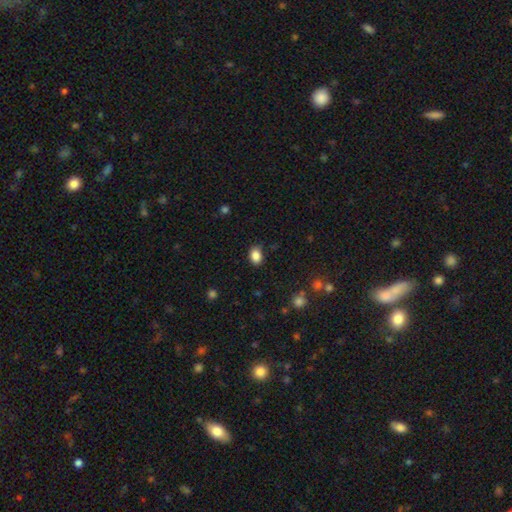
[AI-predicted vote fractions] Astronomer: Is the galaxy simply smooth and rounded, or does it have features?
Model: smooth — 86%.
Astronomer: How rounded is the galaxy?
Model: in between — 71%.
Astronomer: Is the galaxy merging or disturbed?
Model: none — 82%.